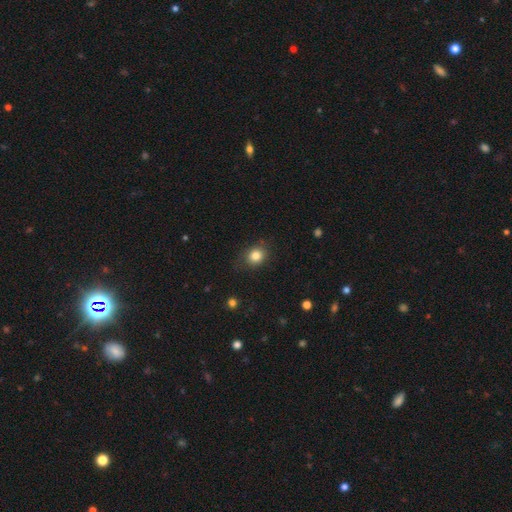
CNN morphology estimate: The model was most divided on "how rounded": round: 63%, in between: 36%, cigar-shaped: 1%. More confident: smooth or featured — smooth (83%); merging — none (78%).